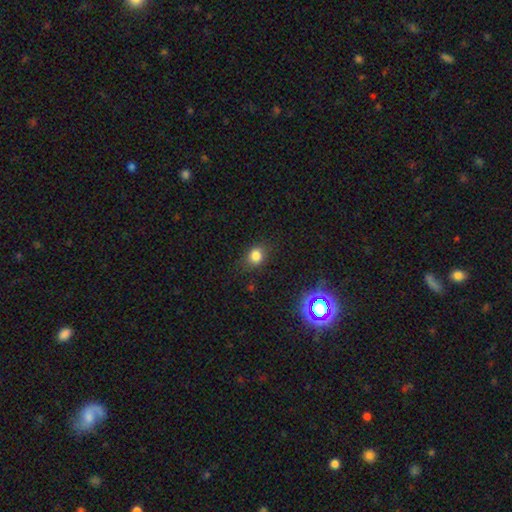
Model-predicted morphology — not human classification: Q: Smooth or featured?
A: smooth (80%); runner-up: star or artifact (14%)
Q: How rounded?
A: round (58%); runner-up: in between (41%)
Q: Merging?
A: none (79%); runner-up: minor disturbance (15%)